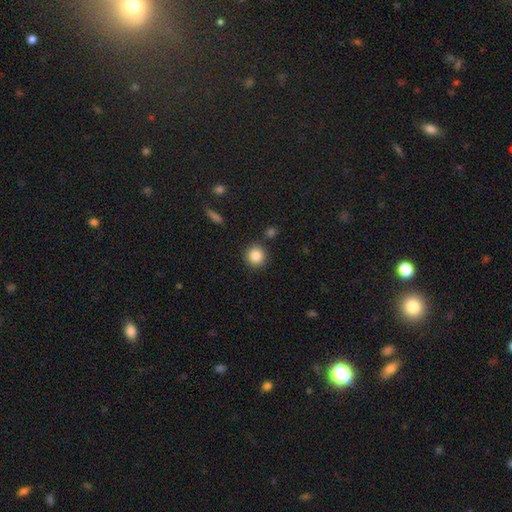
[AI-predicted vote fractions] Q: Smooth or featured?
A: smooth (85%); runner-up: star or artifact (10%)
Q: How rounded?
A: round (91%); runner-up: in between (8%)
Q: Merging?
A: none (86%); runner-up: minor disturbance (7%)